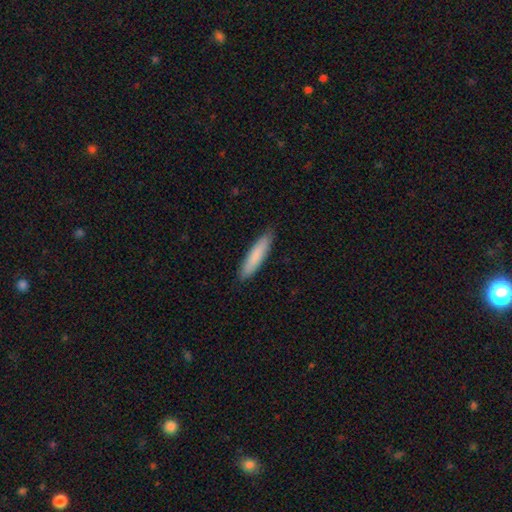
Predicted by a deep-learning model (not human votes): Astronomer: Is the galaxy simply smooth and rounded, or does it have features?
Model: smooth — 83%.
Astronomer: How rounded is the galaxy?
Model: cigar-shaped — 84%.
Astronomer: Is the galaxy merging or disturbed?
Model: none — 88%.